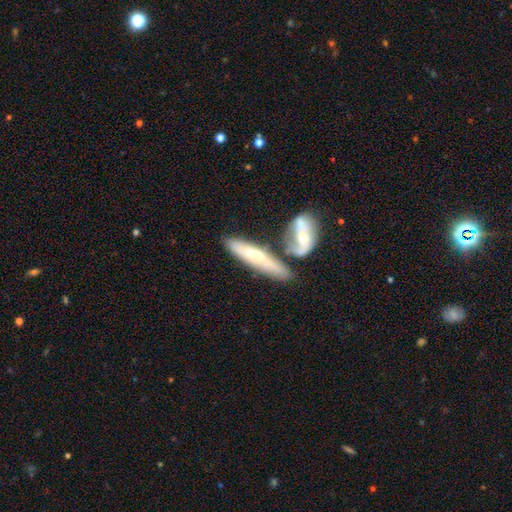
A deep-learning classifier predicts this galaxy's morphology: type=featured or disk (49%); merging=none (56%).